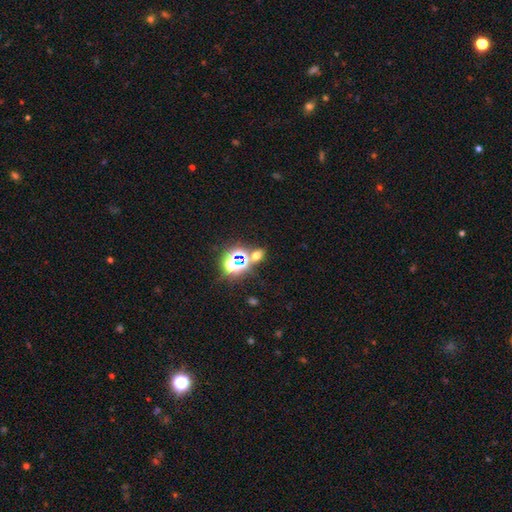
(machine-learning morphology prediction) smooth_or_featured: star or artifact (p=0.49) [alt: smooth p=0.42]